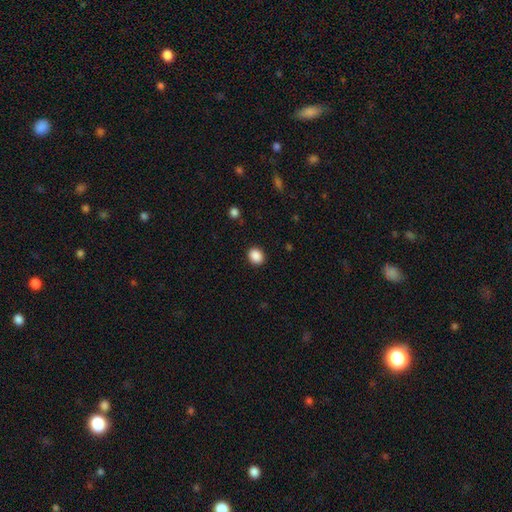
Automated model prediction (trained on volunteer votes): A smooth galaxy with no disk features (88%) that is round (63%).

Vote fractions:
- Smooth or featured? smooth: 88% / star or artifact: 9% / featured or disk: 2%
- How rounded? round: 63% / in between: 36% / cigar-shaped: 1%
- Merging? none: 90% / minor disturbance: 7% / major disturbance: 2% / merger: 1%